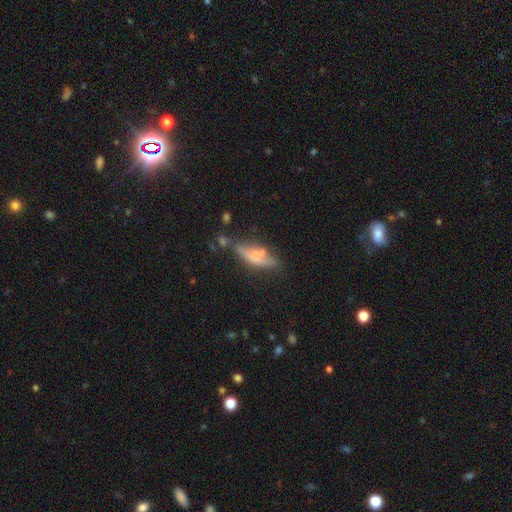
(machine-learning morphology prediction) The model was most divided on "how rounded": in between: 53%, cigar-shaped: 44%, round: 3%. More confident: merging — none (55%); smooth or featured — smooth (55%).